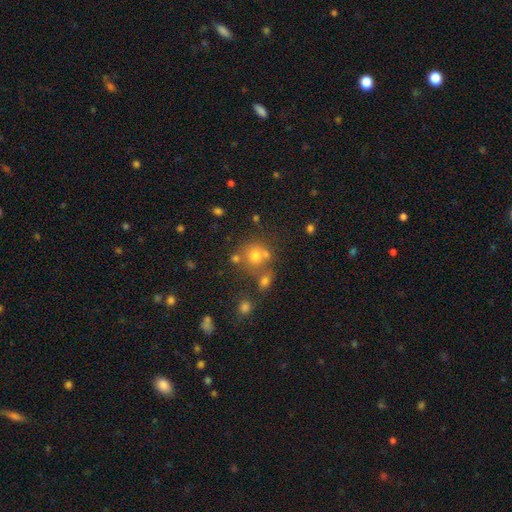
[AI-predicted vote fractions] Q: Smooth or featured?
A: smooth (66%); runner-up: star or artifact (20%)
Q: How rounded?
A: round (85%); runner-up: in between (14%)
Q: Merging?
A: none (59%); runner-up: merger (25%)